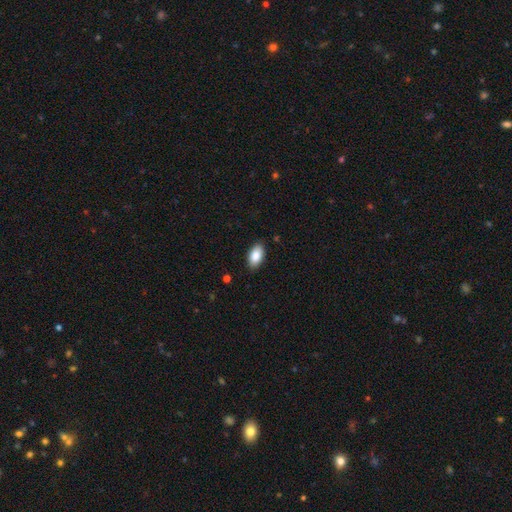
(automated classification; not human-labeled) Smooth or featured: smooth — 86% (featured or disk — 7%)
How rounded: in between — 94% (round — 4%)
Merging: none — 87% (minor disturbance — 10%)